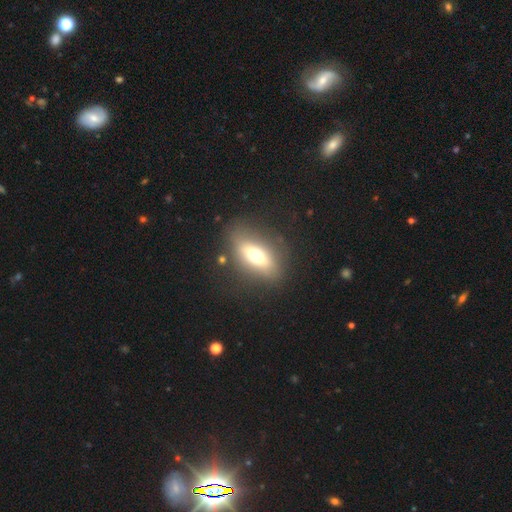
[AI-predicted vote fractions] Overall: smooth (56%; featured or disk 34%). How rounded: in between (74%). Merging: none (77%).